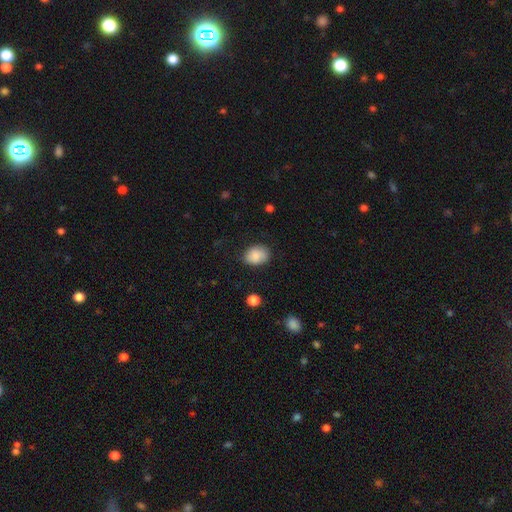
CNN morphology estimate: smooth-or-featured: smooth: 84% | featured or disk: 8% | star or artifact: 8%
  how-rounded: in between: 62% | round: 37% | cigar-shaped: 1%
  merging: none: 72% | minor disturbance: 21% | major disturbance: 5% | merger: 1%